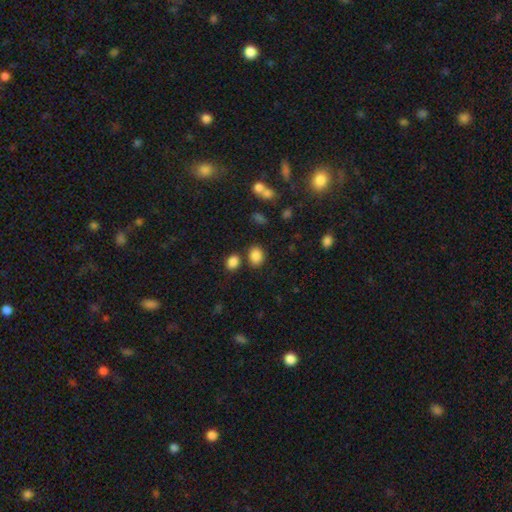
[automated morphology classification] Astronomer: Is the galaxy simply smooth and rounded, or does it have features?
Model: smooth — 85%.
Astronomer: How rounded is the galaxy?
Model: in between — 59% (runner-up: round, 40%).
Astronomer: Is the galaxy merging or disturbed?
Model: none — 74%.